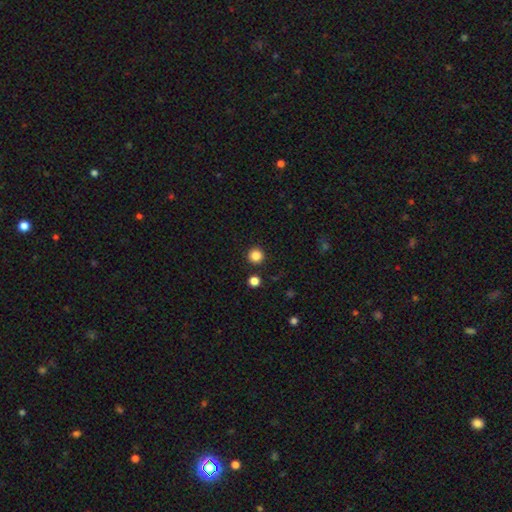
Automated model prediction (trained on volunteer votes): This appears to be a smooth galaxy with no disk features (85%) that is round (96%). Merging: none (92%).